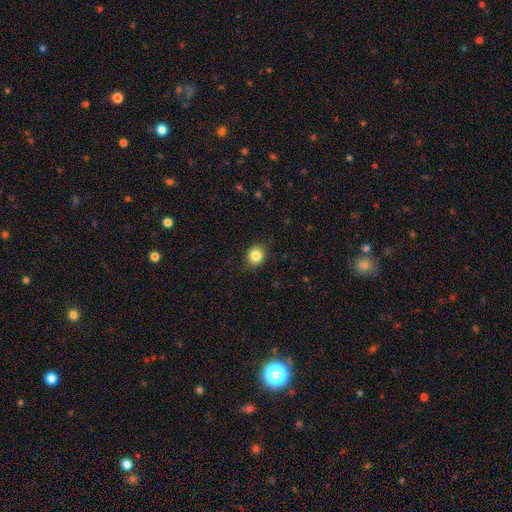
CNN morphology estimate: A smooth galaxy with no disk features (84%) that is round (72%). Merging: none (87%).